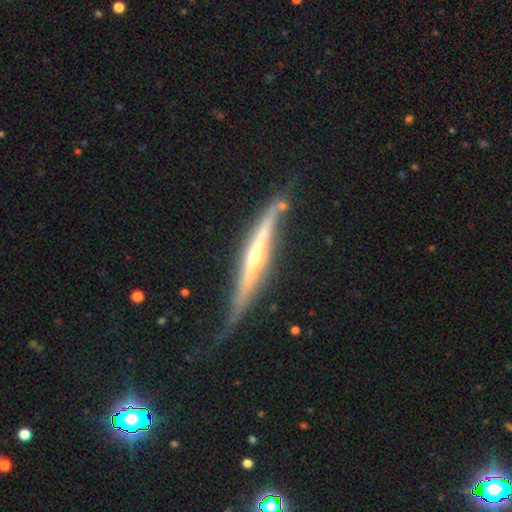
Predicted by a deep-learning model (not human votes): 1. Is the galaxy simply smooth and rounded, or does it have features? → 81% featured or disk, 13% smooth, 5% star or artifact.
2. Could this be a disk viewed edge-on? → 92% yes, 8% no.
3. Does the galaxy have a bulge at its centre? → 72% rounded, 21% none, 7% boxy.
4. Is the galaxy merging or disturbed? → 54% none, 29% minor disturbance, 11% major disturbance, 6% merger.